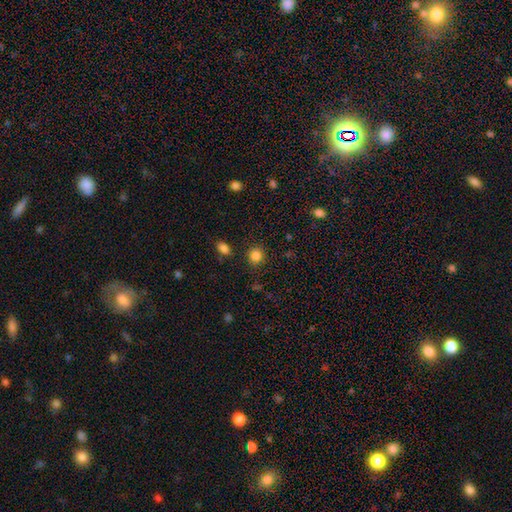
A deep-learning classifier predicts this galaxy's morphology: This is clearly a smooth galaxy (85%). How rounded: clearly round (83%). Merging: clearly none (87%).